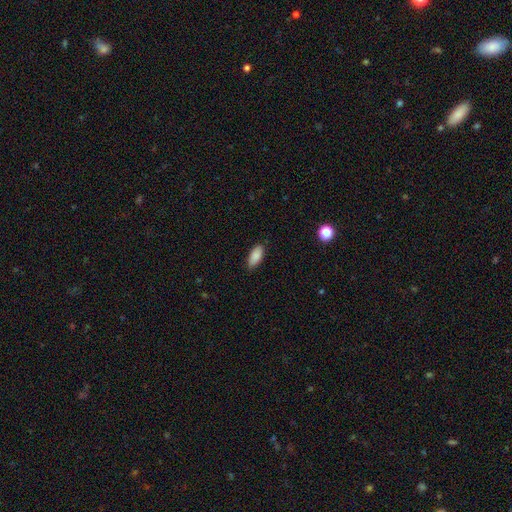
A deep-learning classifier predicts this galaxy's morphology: Q: Smooth or featured?
A: smooth (89%); runner-up: star or artifact (7%)
Q: How rounded?
A: in between (86%); runner-up: cigar-shaped (12%)
Q: Merging?
A: none (85%); runner-up: minor disturbance (12%)